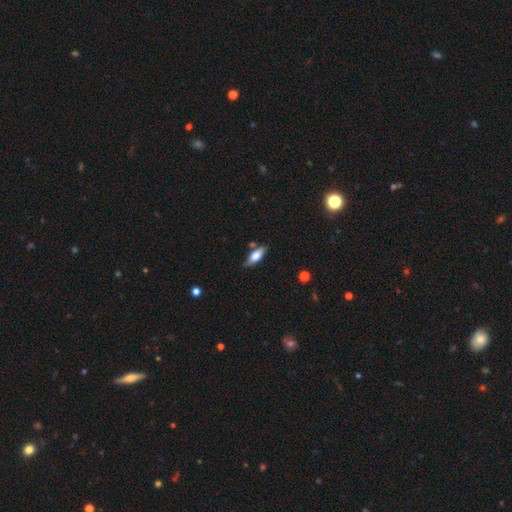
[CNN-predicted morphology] Smooth or featured: smooth — 62% (featured or disk — 31%)
How rounded: in between — 62% (cigar-shaped — 35%)
Merging: none — 71% (minor disturbance — 19%)